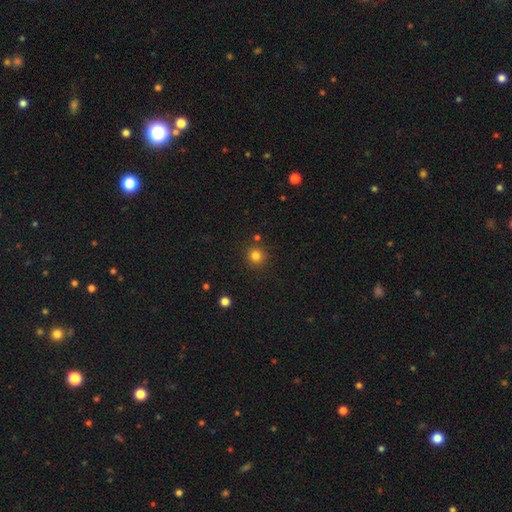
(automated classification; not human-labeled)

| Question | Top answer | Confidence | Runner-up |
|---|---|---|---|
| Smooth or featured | smooth | 81% | star or artifact (14%) |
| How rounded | round | 94% | in between (5%) |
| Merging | none | 87% | minor disturbance (6%) |